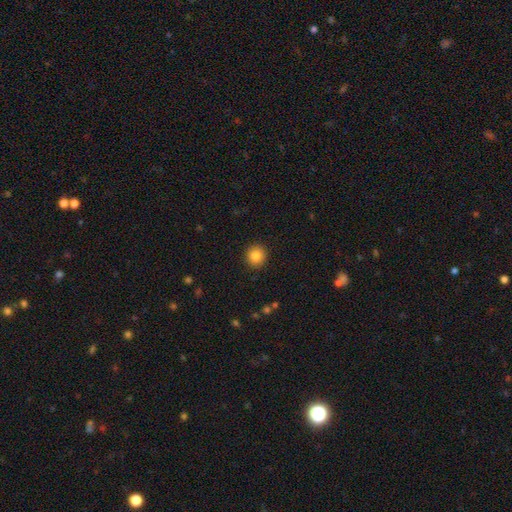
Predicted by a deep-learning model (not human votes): Overall: smooth (84%). How rounded: round (91%). Merging: none (92%).